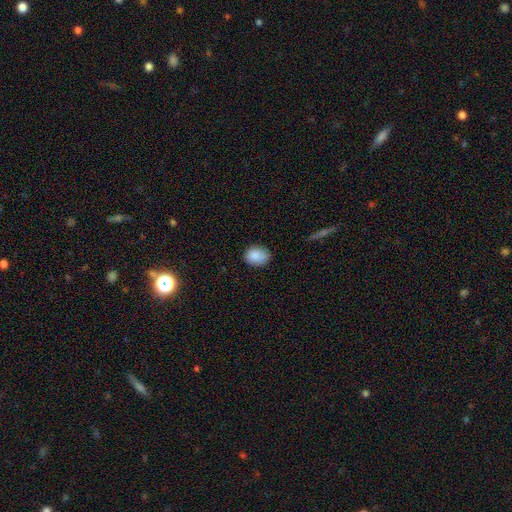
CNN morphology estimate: A smooth galaxy with no disk features (87%) that is in between round and cigar-shaped (56%). Merging: none (80%).